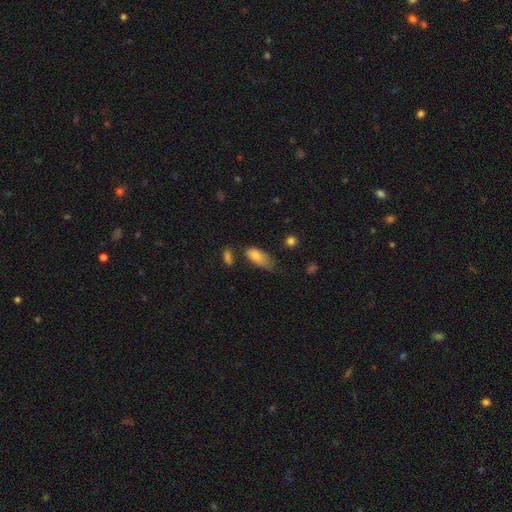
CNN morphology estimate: Smooth or featured: smooth — 80% (featured or disk — 12%)
How rounded: in between — 86% (cigar-shaped — 11%)
Merging: minor disturbance — 42% (none — 34%)